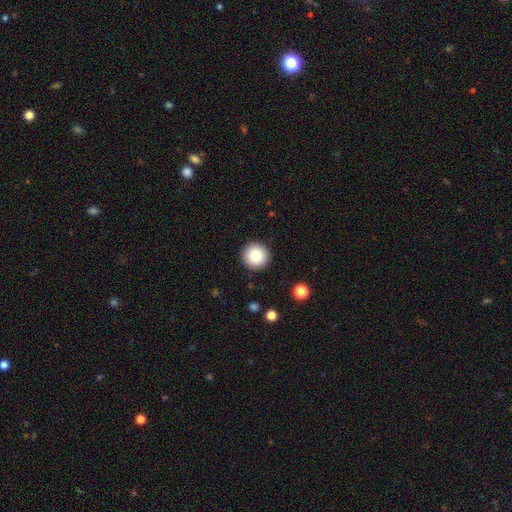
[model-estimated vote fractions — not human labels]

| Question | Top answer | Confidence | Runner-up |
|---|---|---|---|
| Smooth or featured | smooth | 83% | star or artifact (9%) |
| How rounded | round | 96% | in between (3%) |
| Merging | none | 92% | minor disturbance (5%) |